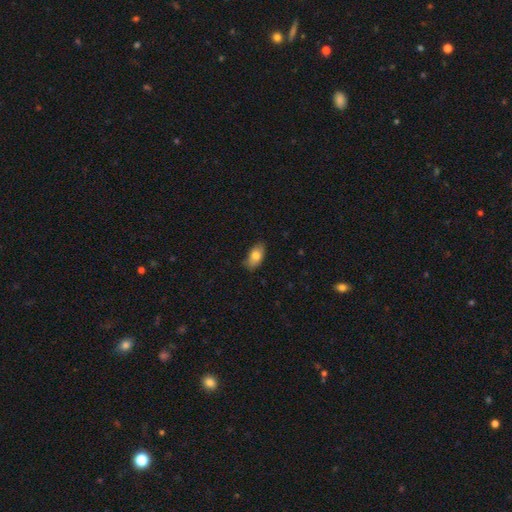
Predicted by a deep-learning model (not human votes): Smooth or featured: smooth — 79% (featured or disk — 14%)
How rounded: in between — 91% (round — 5%)
Merging: none — 79% (minor disturbance — 17%)